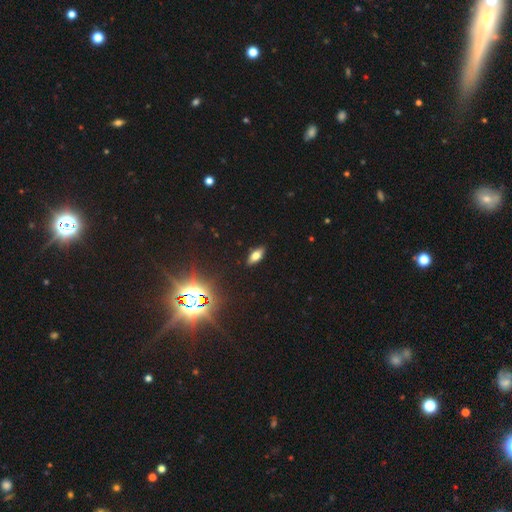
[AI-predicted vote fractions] Overall: smooth (63%). How rounded: in between (80%). Merging: none (89%).